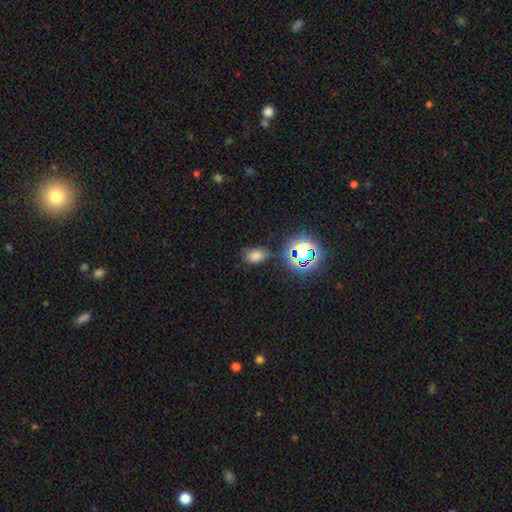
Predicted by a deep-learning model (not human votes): smooth 69%, star or artifact 24%, featured or disk 7%. Down the decision tree: how rounded — in between (81%); merging — none (74%).